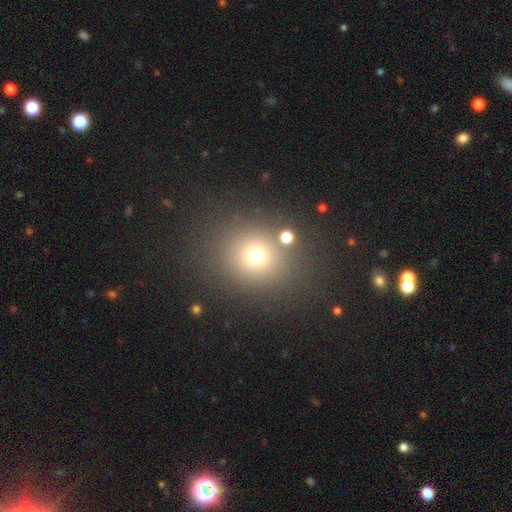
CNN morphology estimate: Smooth or featured: smooth — 68% (star or artifact — 22%)
How rounded: round — 77% (in between — 22%)
Merging: none — 81% (minor disturbance — 9%)